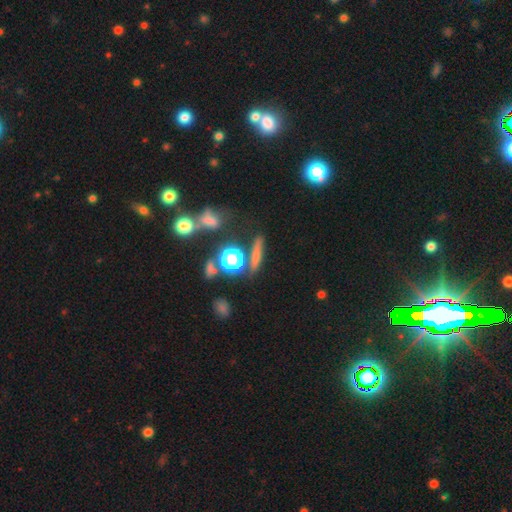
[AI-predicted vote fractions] smooth 57%, star or artifact 23%, featured or disk 20%. Down the decision tree: how rounded — cigar-shaped (55%); merging — none (75%).